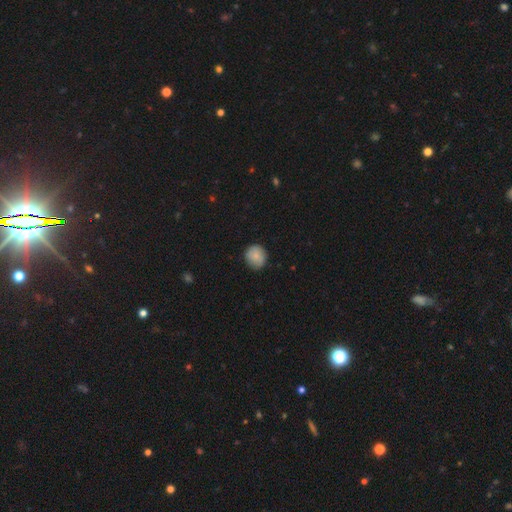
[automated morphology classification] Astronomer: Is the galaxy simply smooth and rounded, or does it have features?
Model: smooth — 82%.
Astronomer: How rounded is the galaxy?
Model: round — 88%.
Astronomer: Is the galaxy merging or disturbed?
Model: none — 83%.